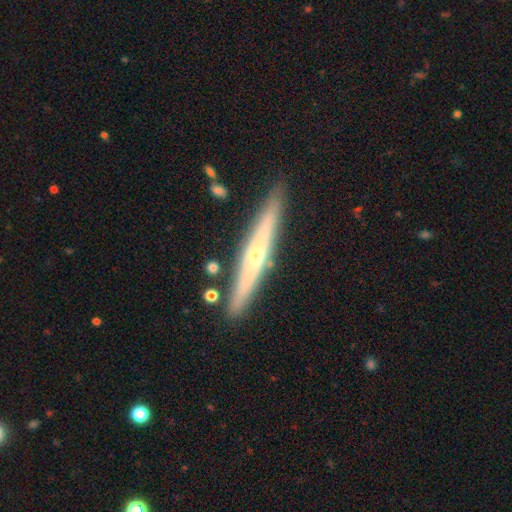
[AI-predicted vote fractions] smooth_or_featured: featured or disk (p=0.63) [alt: smooth p=0.31]
disk_edge_on: yes (p=0.91) [alt: no p=0.09]
edge_on_bulge: rounded (p=0.70) [alt: none p=0.27]
merging: none (p=0.87) [alt: minor disturbance p=0.09]